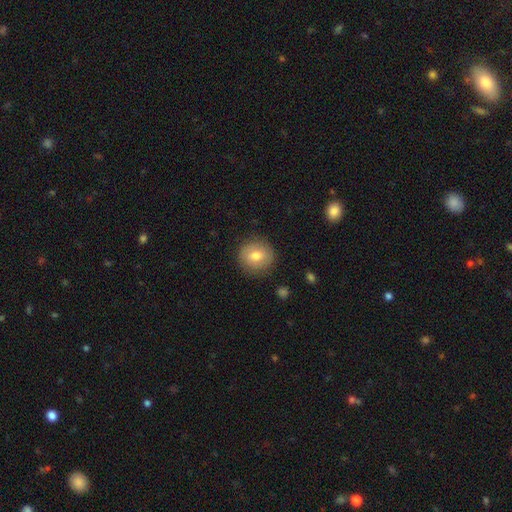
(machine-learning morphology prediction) Smooth or featured: smooth — 71% (featured or disk — 21%)
How rounded: round — 87% (in between — 12%)
Merging: none — 85% (minor disturbance — 10%)